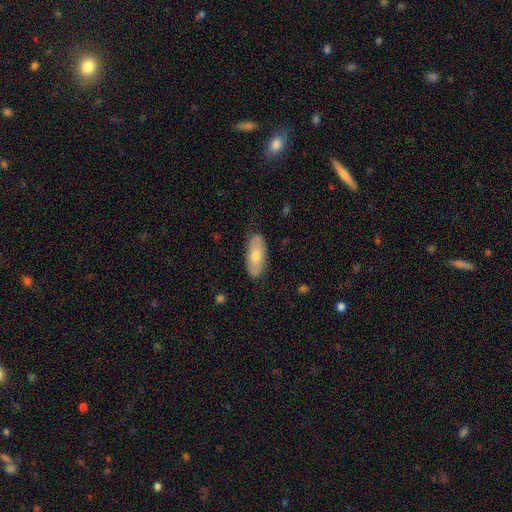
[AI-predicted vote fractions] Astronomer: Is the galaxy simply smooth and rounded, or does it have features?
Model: smooth — 61%.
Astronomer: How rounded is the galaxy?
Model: in between — 86%.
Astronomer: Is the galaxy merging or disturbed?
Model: none — 81%.